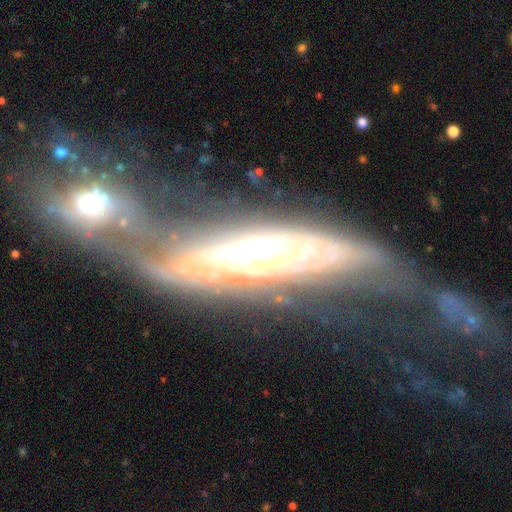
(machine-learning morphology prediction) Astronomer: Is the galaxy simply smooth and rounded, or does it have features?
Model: featured or disk — 81%.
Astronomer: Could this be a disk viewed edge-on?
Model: no — 69%.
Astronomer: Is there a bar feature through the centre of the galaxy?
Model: no — 67%.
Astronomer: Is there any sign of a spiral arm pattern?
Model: yes — 72%.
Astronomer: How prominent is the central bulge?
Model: moderate — 51% (runner-up: large, 31%).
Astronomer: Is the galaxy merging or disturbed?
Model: merger — 57%.